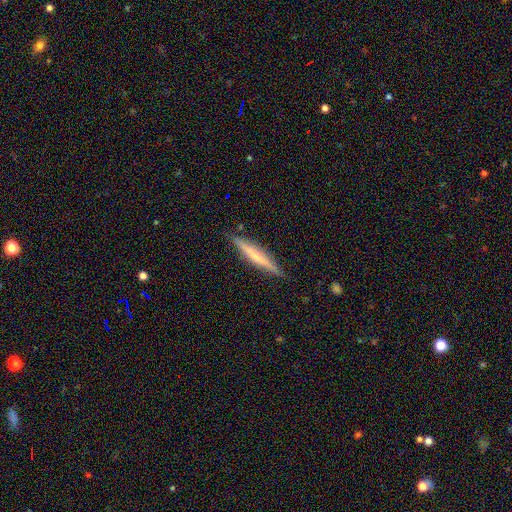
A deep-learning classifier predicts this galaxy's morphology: A smooth galaxy with no disk features (48%).

Vote fractions:
- Smooth or featured? smooth: 48% / featured or disk: 46% / star or artifact: 6%
- Merging? none: 88% / minor disturbance: 9% / major disturbance: 2% / merger: 1%